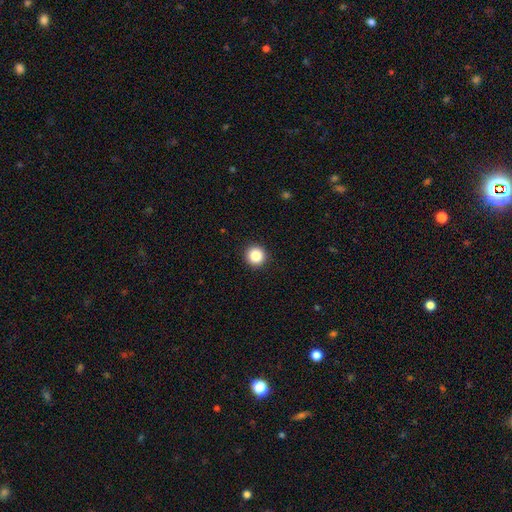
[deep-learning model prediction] smooth_or_featured: smooth (p=0.86) [alt: star or artifact p=0.10]
how_rounded: round (p=0.96) [alt: in between p=0.03]
merging: none (p=0.93) [alt: minor disturbance p=0.04]